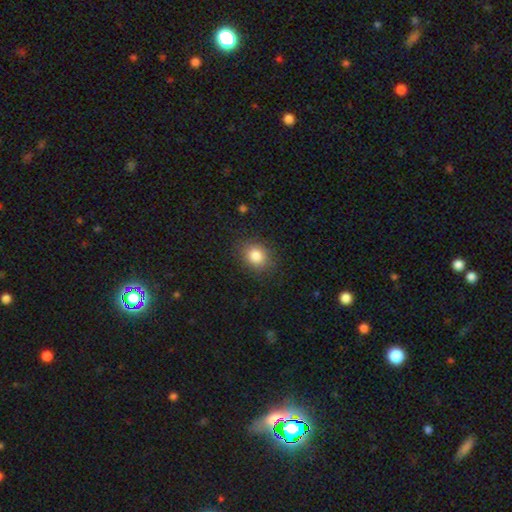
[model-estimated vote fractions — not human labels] Smooth or featured?
  - smooth: 84% *
  - star or artifact: 10%
  - featured or disk: 6%
How rounded?
  - round: 54% *
  - in between: 45%
  - cigar-shaped: 1%
Merging?
  - none: 85% *
  - minor disturbance: 11%
  - major disturbance: 3%
  - merger: 1%